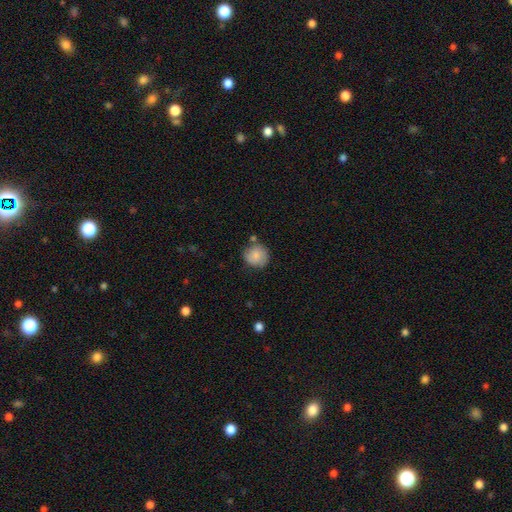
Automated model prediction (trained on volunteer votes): This appears to be a smooth galaxy with no disk features (84%) that is round (90%). Merging: none (72%).